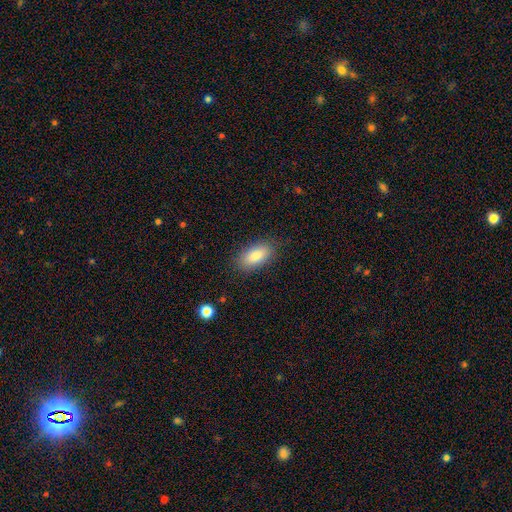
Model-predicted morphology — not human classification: This appears to be a smooth galaxy with no disk features (86%) that is in between round and cigar-shaped (91%). Merging: none (84%).